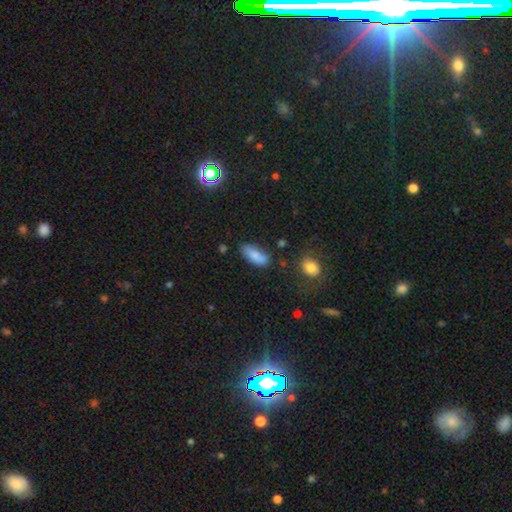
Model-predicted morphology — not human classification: Smooth or featured?
  - smooth: 81% *
  - featured or disk: 12%
  - star or artifact: 8%
How rounded?
  - in between: 79% *
  - cigar-shaped: 19%
  - round: 3%
Merging?
  - none: 60% *
  - minor disturbance: 23%
  - merger: 11%
  - major disturbance: 7%